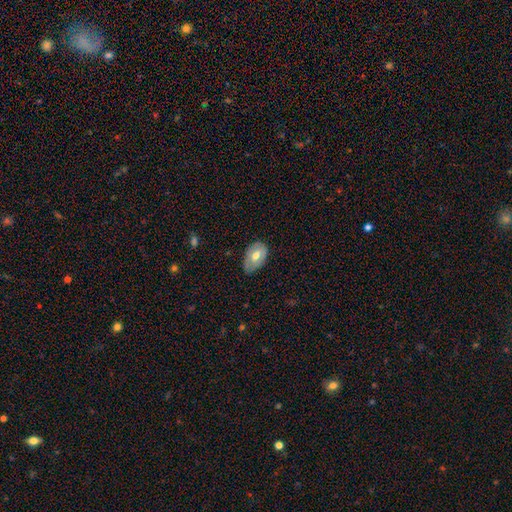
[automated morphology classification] Smooth or featured? smooth (61%)
How rounded? in between (89%)
Merging? none (60%)